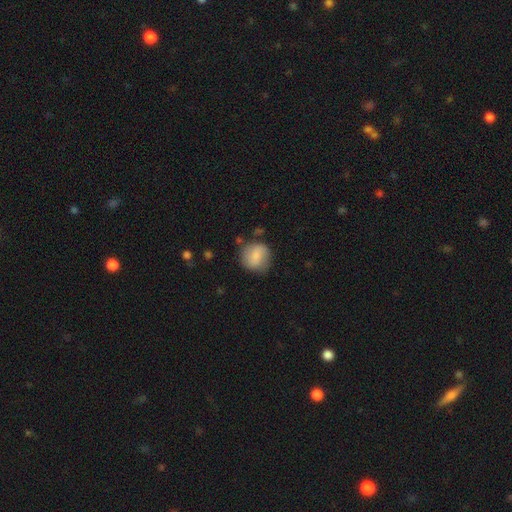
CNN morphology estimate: type=smooth (72%); roundness=round (86%); merging=none (71%).